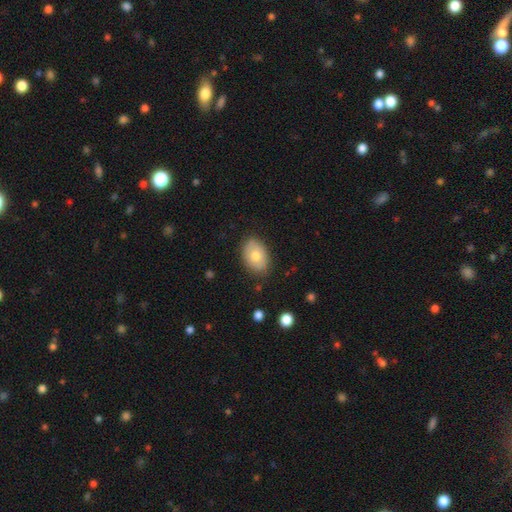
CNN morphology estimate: smooth_or_featured: smooth (p=0.74) [alt: featured or disk p=0.19]
how_rounded: in between (p=0.84) [alt: round p=0.15]
merging: none (p=0.83) [alt: minor disturbance p=0.13]